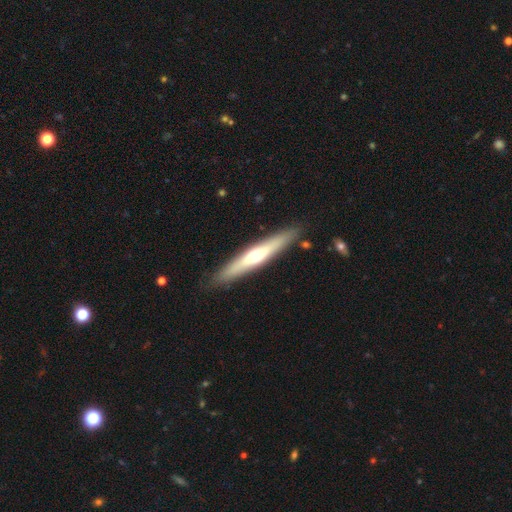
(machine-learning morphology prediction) The model was most divided on "smooth or featured": featured or disk: 54%, smooth: 40%, star or artifact: 5%. More confident: edge-on disk — yes (90%); merging — none (89%).